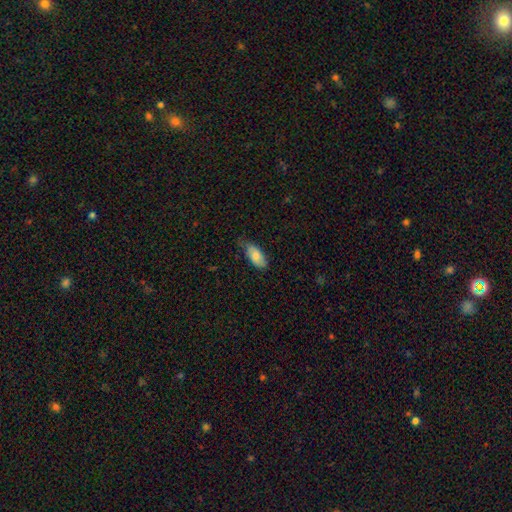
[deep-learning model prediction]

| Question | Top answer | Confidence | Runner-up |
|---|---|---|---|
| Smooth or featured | smooth | 79% | featured or disk (15%) |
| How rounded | in between | 88% | cigar-shaped (10%) |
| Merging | none | 55% | minor disturbance (37%) |